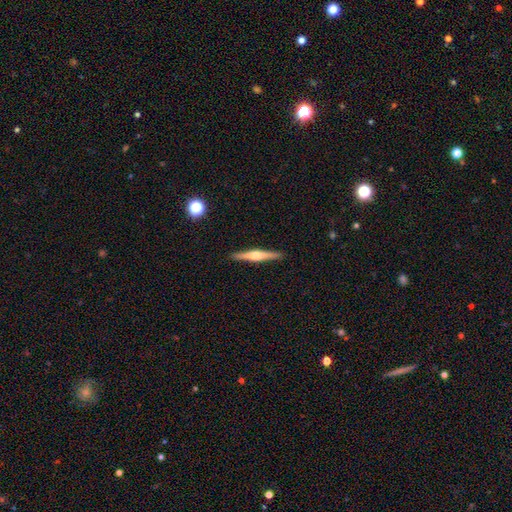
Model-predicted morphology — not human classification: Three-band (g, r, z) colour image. It shows a featured or disk galaxy (70%) viewed edge-on (98%) with a rounded central bulge (89%). Merging: none (92%).